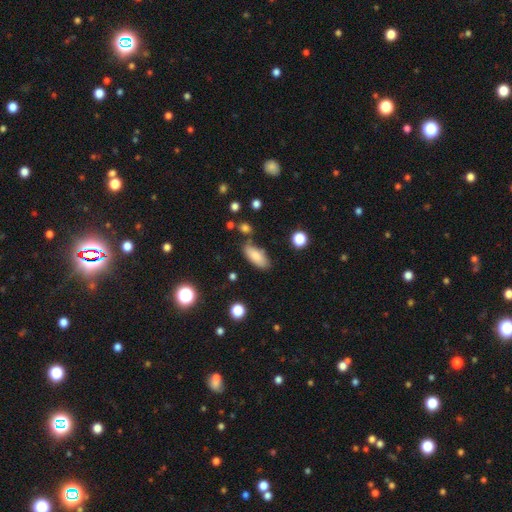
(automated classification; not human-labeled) Smooth or featured: smooth — 83% (featured or disk — 10%)
How rounded: in between — 82% (cigar-shaped — 15%)
Merging: none — 71% (minor disturbance — 18%)